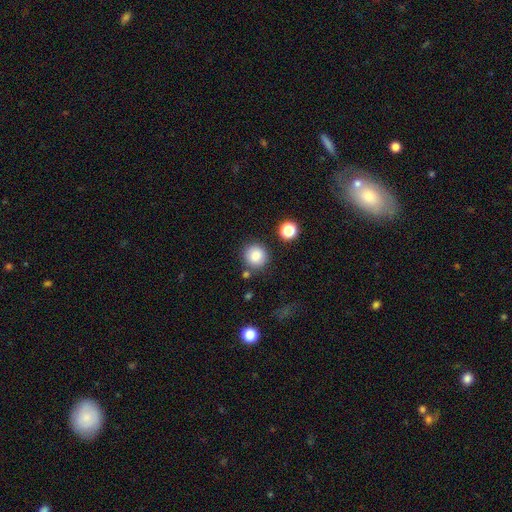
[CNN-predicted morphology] smooth-or-featured: smooth: 85% | star or artifact: 10% | featured or disk: 5%
  how-rounded: round: 92% | in between: 7% | cigar-shaped: 1%
  merging: none: 82% | minor disturbance: 9% | merger: 6% | major disturbance: 3%